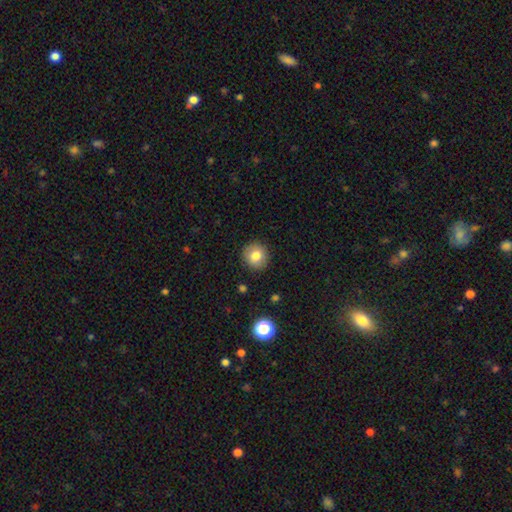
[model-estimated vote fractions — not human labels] A smooth galaxy with no disk features (80%) that is round (91%). Merging: none (91%).